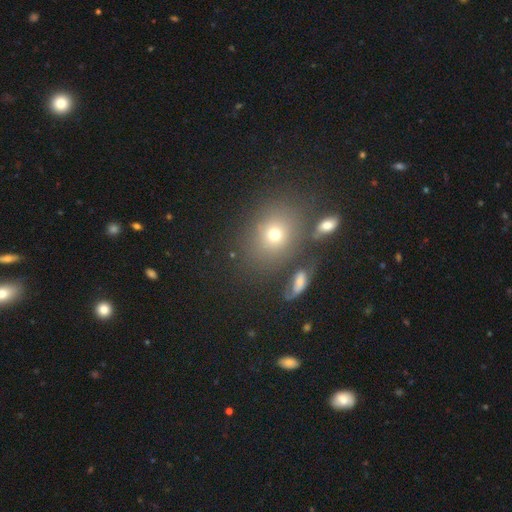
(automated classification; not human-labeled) Smooth or featured? smooth (59%)
How rounded? round (59%)
Merging? none (80%)